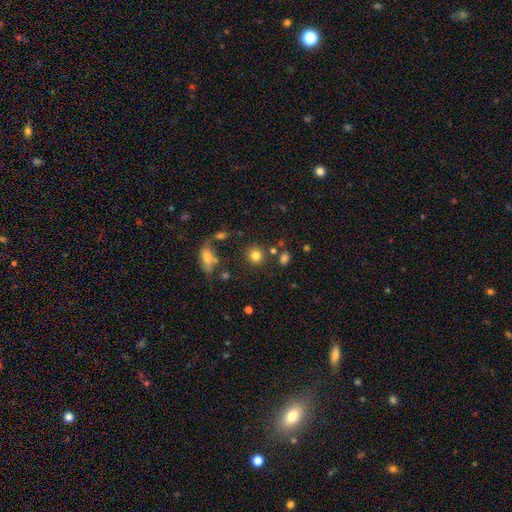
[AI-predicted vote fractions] This is clearly a smooth galaxy (81%). How rounded: clearly round (83%). Merging: likely none (78%).